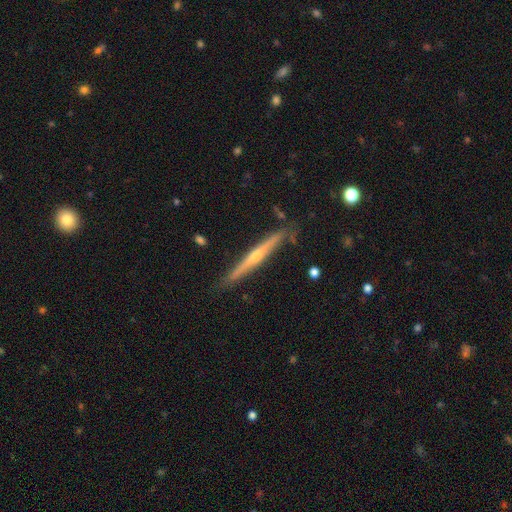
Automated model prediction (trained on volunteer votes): Smooth or featured: featured or disk — 68% (smooth — 27%)
Edge-on disk: yes — 97% (no — 3%)
Edge-on bulge: rounded — 72% (none — 24%)
Merging: none — 85% (minor disturbance — 11%)